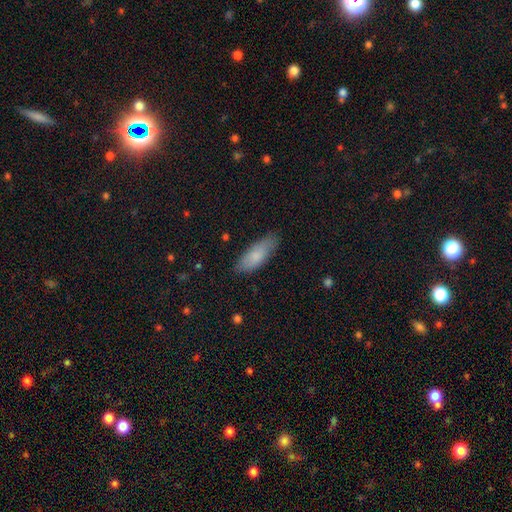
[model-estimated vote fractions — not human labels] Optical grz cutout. It shows a smooth galaxy with no disk features (80%) that is in between round and cigar-shaped (69%). Merging: none (80%).